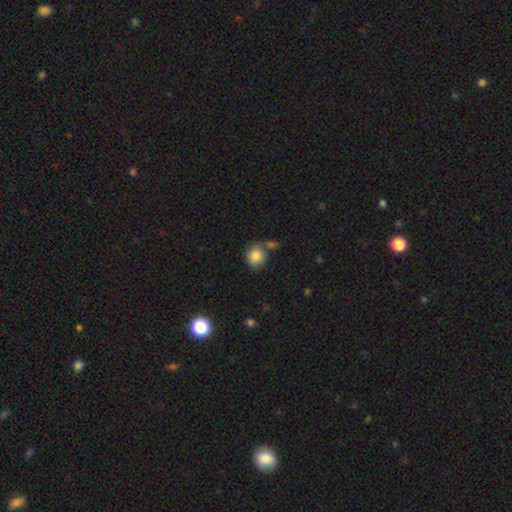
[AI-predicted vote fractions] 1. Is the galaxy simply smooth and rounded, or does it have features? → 82% smooth, 9% featured or disk, 9% star or artifact.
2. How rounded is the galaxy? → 84% round, 15% in between, 1% cigar-shaped.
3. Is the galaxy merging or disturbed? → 58% none, 21% merger, 16% minor disturbance, 5% major disturbance.